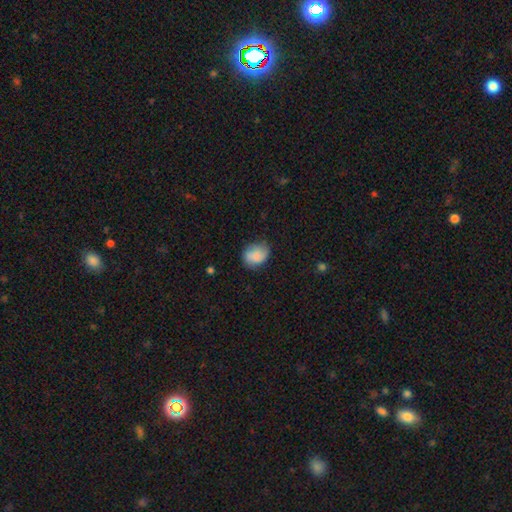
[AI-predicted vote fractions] smooth_or_featured: smooth (p=0.80) [alt: featured or disk p=0.13]
how_rounded: in between (p=0.51) [alt: round p=0.48]
merging: none (p=0.69) [alt: minor disturbance p=0.24]